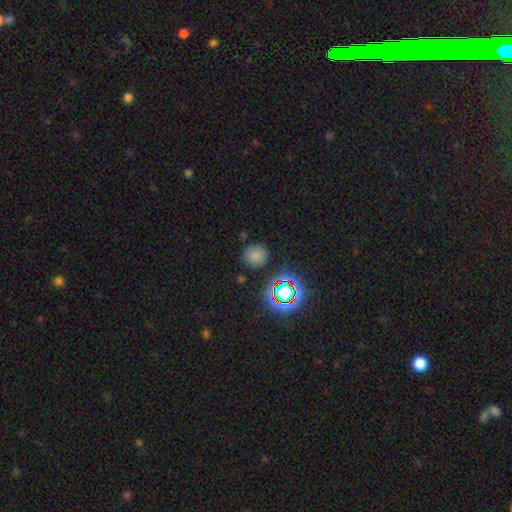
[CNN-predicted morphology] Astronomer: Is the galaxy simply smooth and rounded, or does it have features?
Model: smooth — 72%.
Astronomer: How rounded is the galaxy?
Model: round — 90%.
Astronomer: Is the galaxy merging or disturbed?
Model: none — 83%.